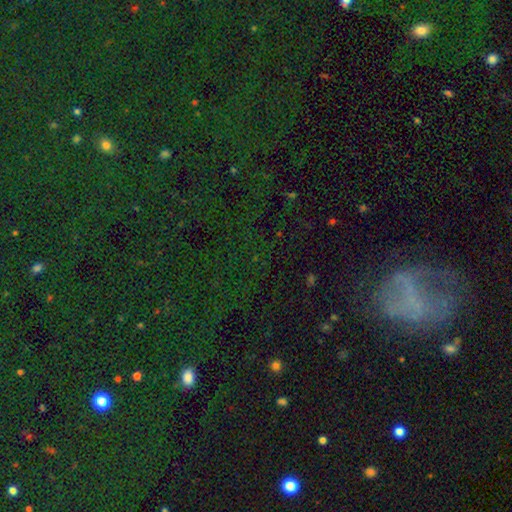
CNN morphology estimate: smooth-or-featured: star or artifact: 62% | smooth: 21% | featured or disk: 16%